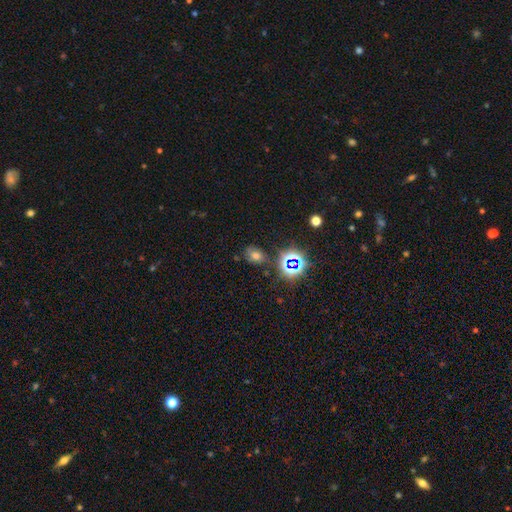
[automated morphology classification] Smooth or featured? smooth (49%)
Merging? none (71%)